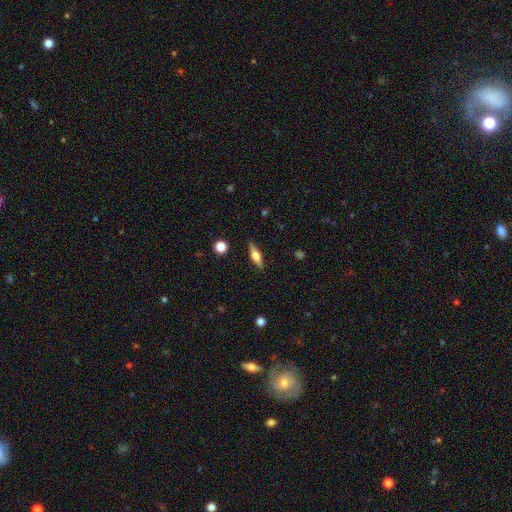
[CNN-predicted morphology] A featured or disk galaxy (57%) viewed edge-on (95%) with a rounded central bulge (91%).

Vote fractions:
- Smooth or featured? featured or disk: 57% / smooth: 36% / star or artifact: 7%
- Edge-on disk? yes: 95% / no: 5%
- Edge-on bulge? rounded: 91% / boxy: 7% / none: 2%
- Merging? none: 88% / minor disturbance: 8% / major disturbance: 2% / merger: 1%